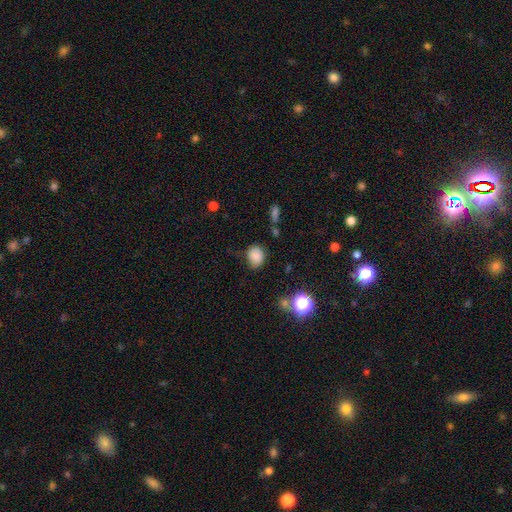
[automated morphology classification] Smooth or featured? Predicted: smooth (p=0.81). How rounded? Predicted: round (p=0.50). Merging? Predicted: none (p=0.66).